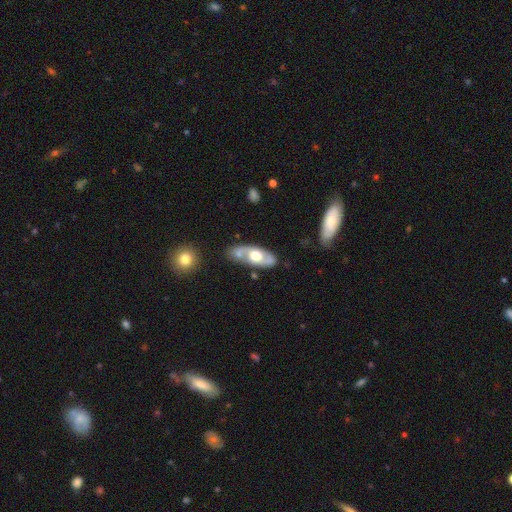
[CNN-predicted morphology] This appears to be a featured or disk galaxy (61%). Merging: none (63%).